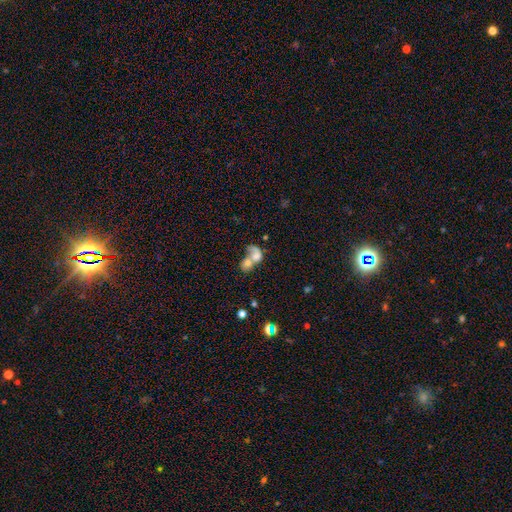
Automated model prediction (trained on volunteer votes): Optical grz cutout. It shows a smooth galaxy with no disk features (58%) that is in between round and cigar-shaped (61%). Merging: merger (78%).